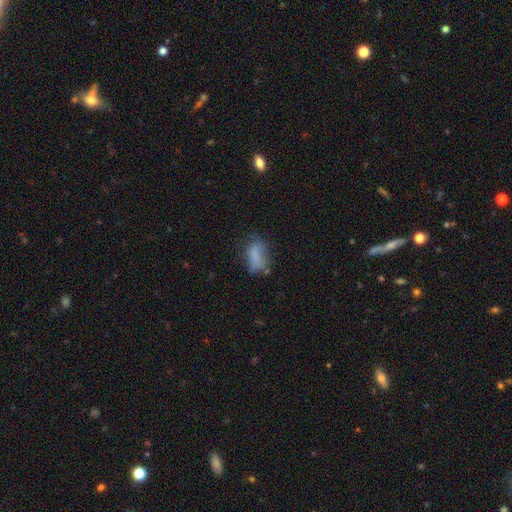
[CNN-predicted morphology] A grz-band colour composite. It shows a smooth galaxy with no disk features (69%) that is in between round and cigar-shaped (83%). Merging: none (42%).